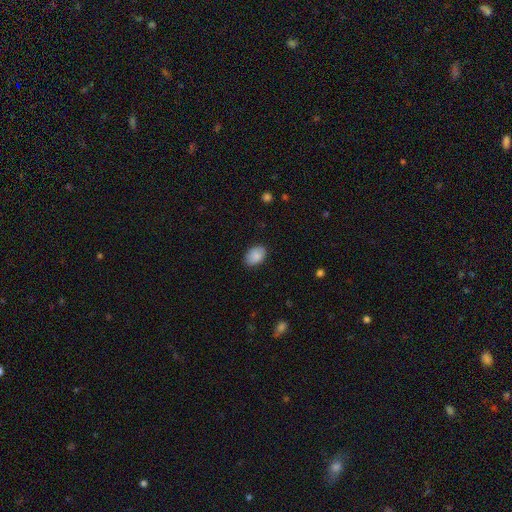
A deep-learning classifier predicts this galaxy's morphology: This appears to be a smooth galaxy with no disk features (89%) that is in between round and cigar-shaped (86%). Merging: none (86%).